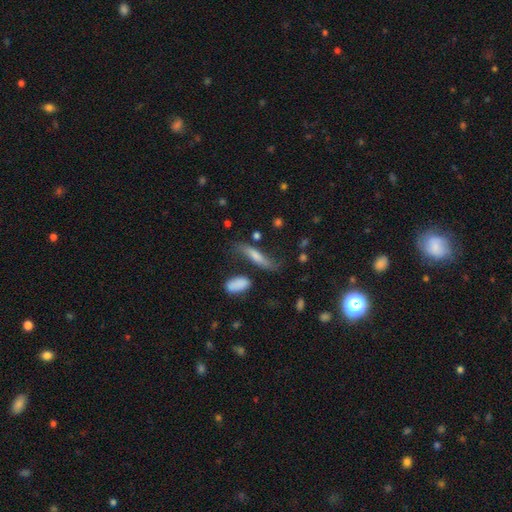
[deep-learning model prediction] A smooth galaxy with no disk features (49%).

Vote fractions:
- Smooth or featured? smooth: 49% / featured or disk: 41% / star or artifact: 10%
- Merging? none: 56% / minor disturbance: 25% / major disturbance: 13% / merger: 6%